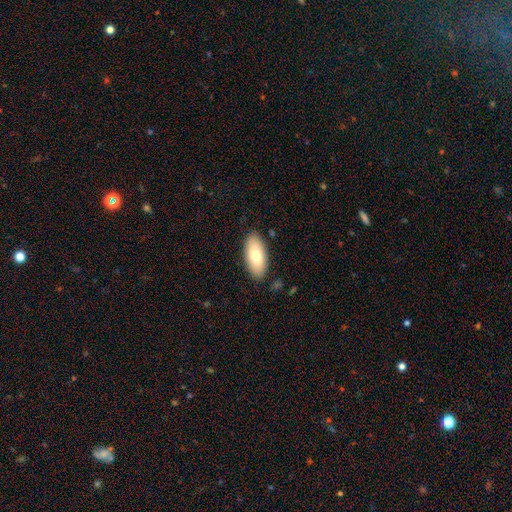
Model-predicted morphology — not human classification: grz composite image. It shows a smooth galaxy with no disk features (76%) that is in between round and cigar-shaped (89%). Merging: none (87%).